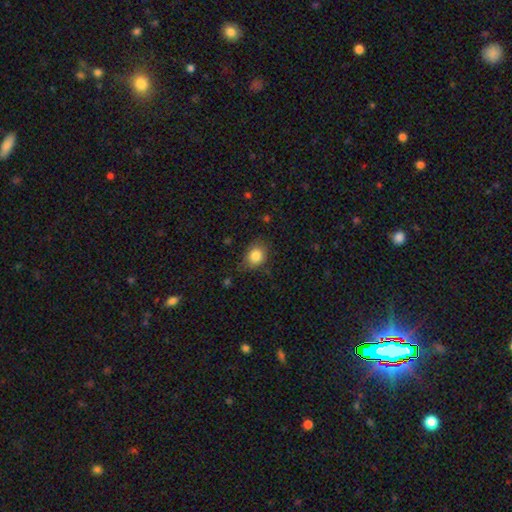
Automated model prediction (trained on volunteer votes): smooth_or_featured: smooth (p=0.84) [alt: star or artifact p=0.09]
how_rounded: round (p=0.55) [alt: in between p=0.44]
merging: none (p=0.73) [alt: minor disturbance p=0.21]